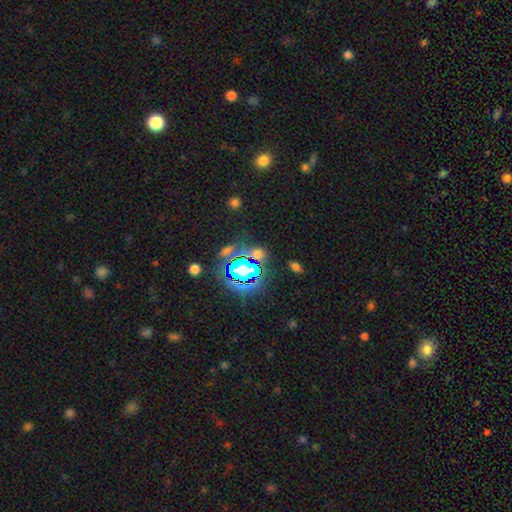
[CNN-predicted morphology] star or artifact 68%, smooth 21%, featured or disk 11%.